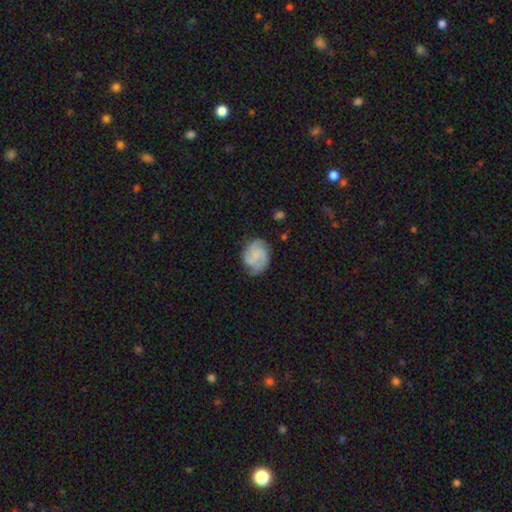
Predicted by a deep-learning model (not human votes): This is possibly a featured or disk galaxy (56%). It is clearly not viewed edge-on (98%). Bar: likely no (72%). Spiral arm pattern: clearly yes (89%). Central bulge: possibly none (49%). Merging: likely none (65%).